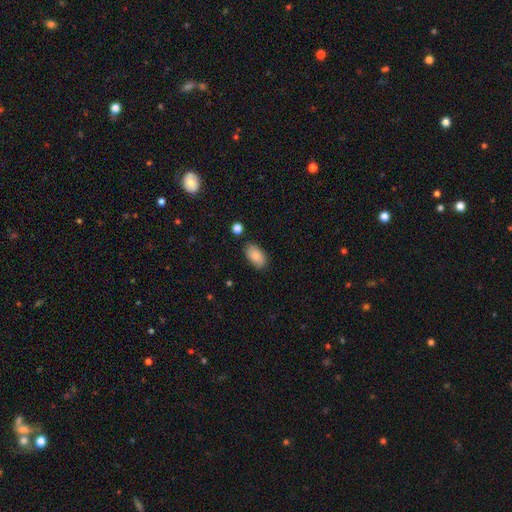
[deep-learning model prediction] Smooth or featured? smooth (86%)
How rounded? in between (94%)
Merging? none (82%)